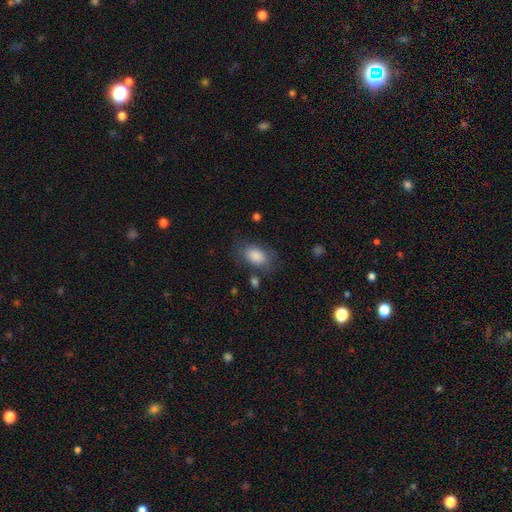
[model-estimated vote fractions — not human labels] This is clearly a smooth galaxy (84%). How rounded: clearly in between (87%). Merging: likely none (72%).